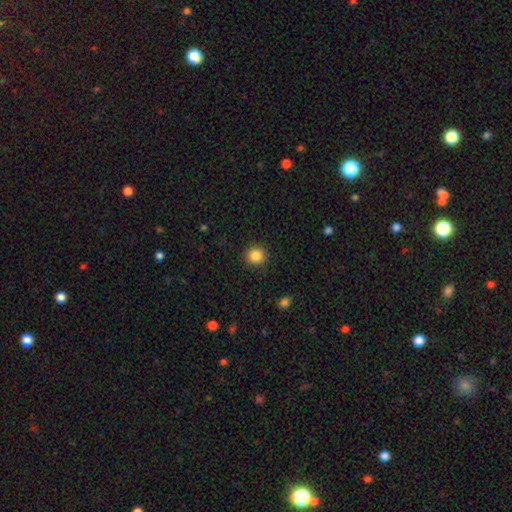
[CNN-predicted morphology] Smooth or featured? smooth (86%)
How rounded? round (89%)
Merging? none (91%)